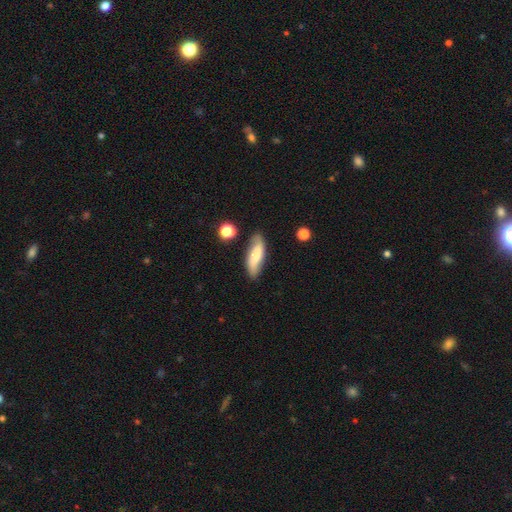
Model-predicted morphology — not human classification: Smooth or featured? smooth (63%)
How rounded? in between (56%)
Merging? none (77%)